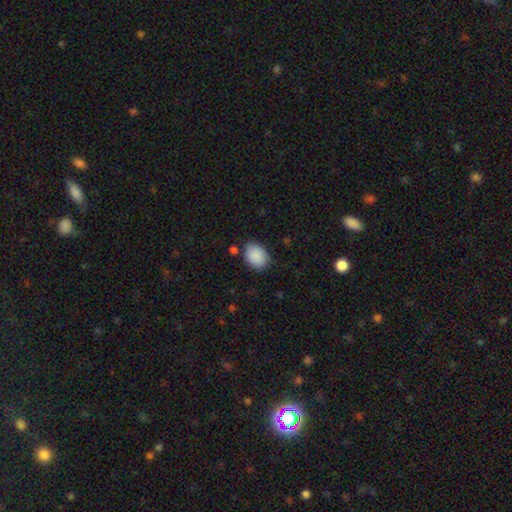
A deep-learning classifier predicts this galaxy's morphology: A smooth galaxy with no disk features (90%) that is in between round and cigar-shaped (73%). Merging: none (78%).